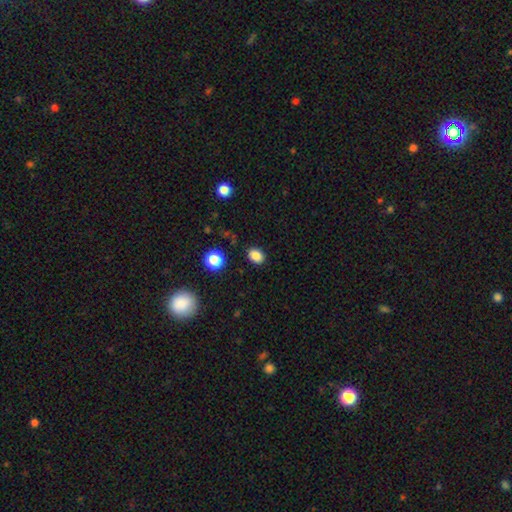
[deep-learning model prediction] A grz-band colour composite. It shows a smooth galaxy with no disk features (84%) that is in between round and cigar-shaped (61%). Merging: none (87%).